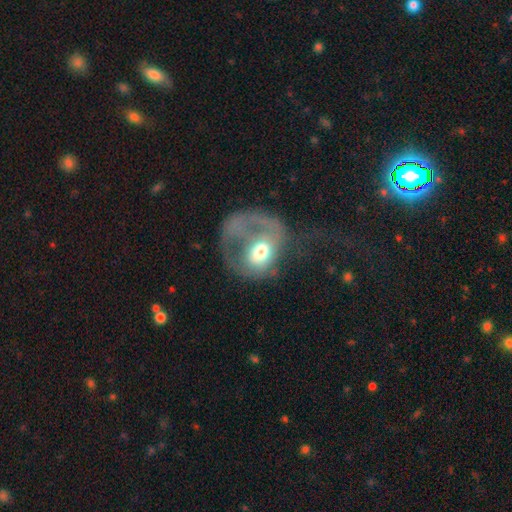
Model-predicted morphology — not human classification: A featured or disk galaxy (53%) with no bar (76%), no spiral arms (59%) and a moderate central bulge (62%). Merging: major disturbance (63%).